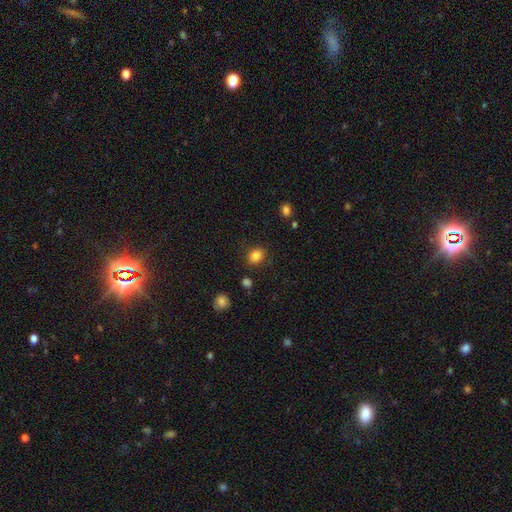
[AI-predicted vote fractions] Overall: smooth (84%). How rounded: round (62%; in between 37%). Merging: none (84%).